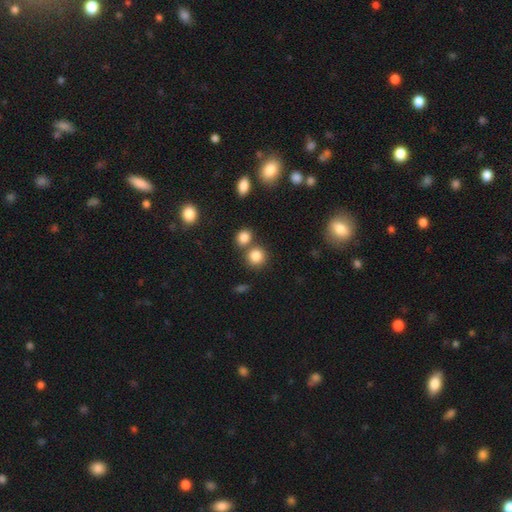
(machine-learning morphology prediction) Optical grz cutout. It shows a smooth galaxy with no disk features (83%) that is round (85%). Merging: none (64%).